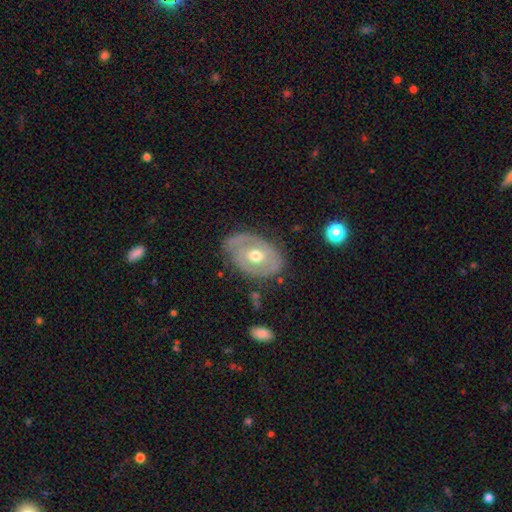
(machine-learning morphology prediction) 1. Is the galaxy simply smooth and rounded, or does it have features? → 68% featured or disk, 27% smooth, 5% star or artifact.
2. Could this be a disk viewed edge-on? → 94% no, 6% yes.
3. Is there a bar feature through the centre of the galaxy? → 75% no, 20% weak, 5% strong.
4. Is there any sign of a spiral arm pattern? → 50% no (tied), 50% yes (tied).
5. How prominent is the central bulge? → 77% moderate, 15% small, 6% large, 1% dominant, 1% none.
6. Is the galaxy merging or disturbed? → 67% none, 23% minor disturbance, 8% major disturbance, 2% merger.